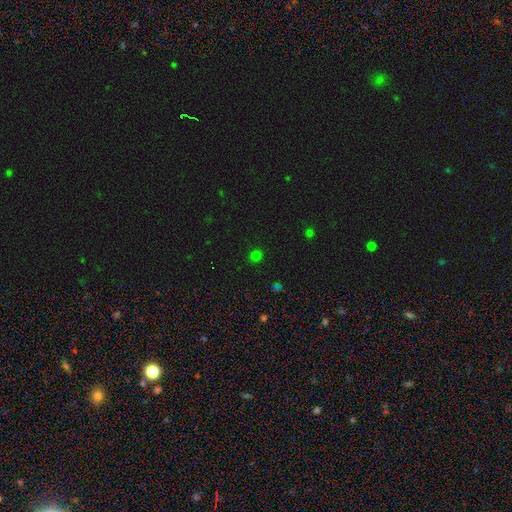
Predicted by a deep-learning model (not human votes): Overall: smooth (73%). How rounded: round (89%). Merging: none (90%).